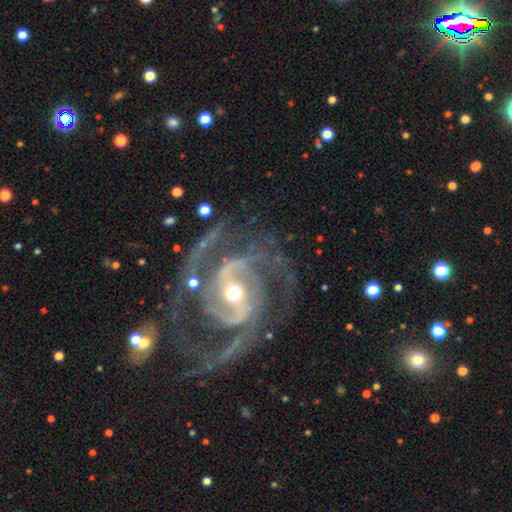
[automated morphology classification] featured or disk 92%, star or artifact 5%, smooth 2%. Down the decision tree: edge-on disk — no (98%); bar — strong (38%); spiral arms — yes (99%); spiral arm count — 2 (57%); spiral winding — medium (53%); bulge size — moderate (51%); merging — none (64%).